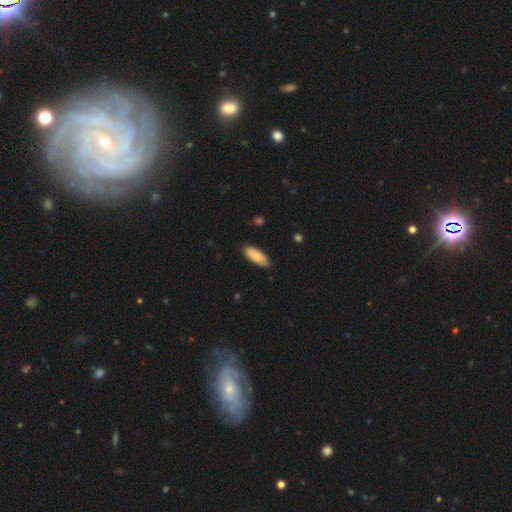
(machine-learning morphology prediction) Smooth or featured? Predicted: smooth (p=0.86). How rounded? Predicted: in between (p=0.77). Merging? Predicted: none (p=0.84).